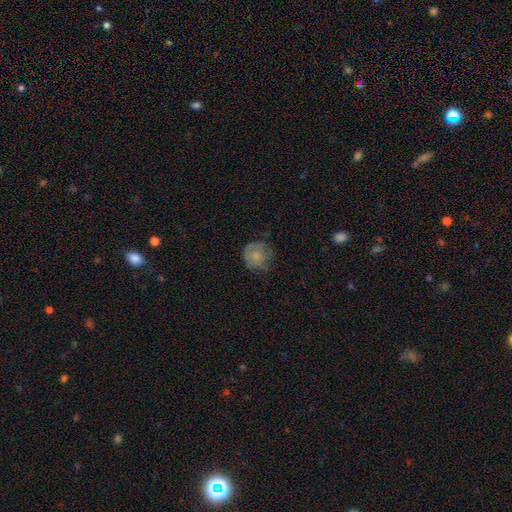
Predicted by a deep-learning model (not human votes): The model was most divided on "merging": none: 60%, minor disturbance: 26%, major disturbance: 13%, merger: 1%. More confident: how rounded — round (87%); smooth or featured — smooth (67%).